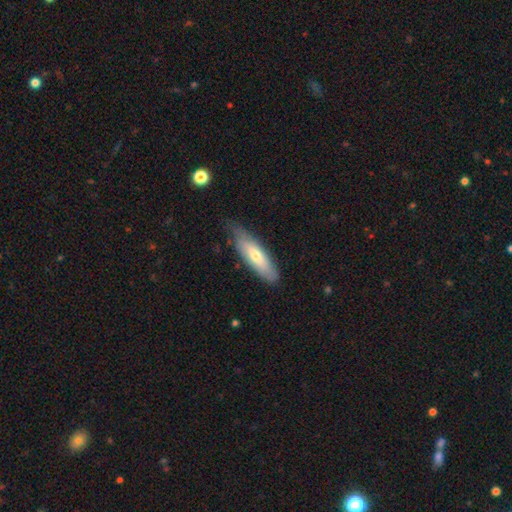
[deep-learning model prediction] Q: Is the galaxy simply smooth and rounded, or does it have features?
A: smooth — 58%.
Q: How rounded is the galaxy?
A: cigar-shaped — 57%.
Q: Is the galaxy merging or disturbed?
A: none — 67%.